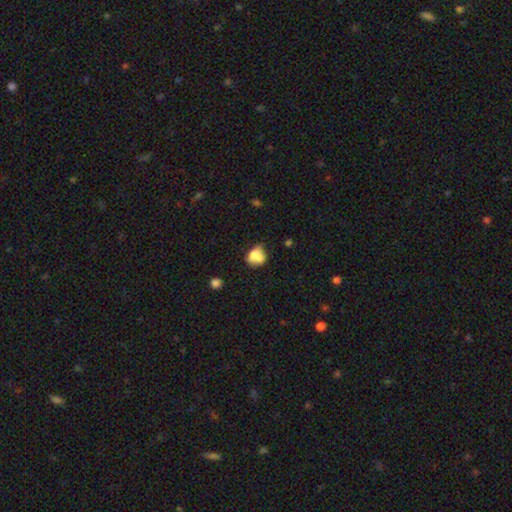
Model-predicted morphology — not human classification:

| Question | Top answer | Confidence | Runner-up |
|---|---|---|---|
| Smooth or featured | smooth | 70% | featured or disk (20%) |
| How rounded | in between | 54% | round (44%) |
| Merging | merger | 37% | none (32%) |